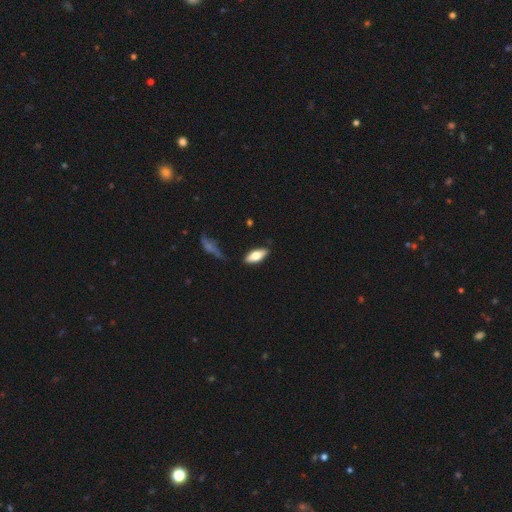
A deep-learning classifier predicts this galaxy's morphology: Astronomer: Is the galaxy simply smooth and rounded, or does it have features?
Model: smooth — 67%.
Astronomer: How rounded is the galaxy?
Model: in between — 76%.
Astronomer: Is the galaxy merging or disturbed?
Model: none — 84%.